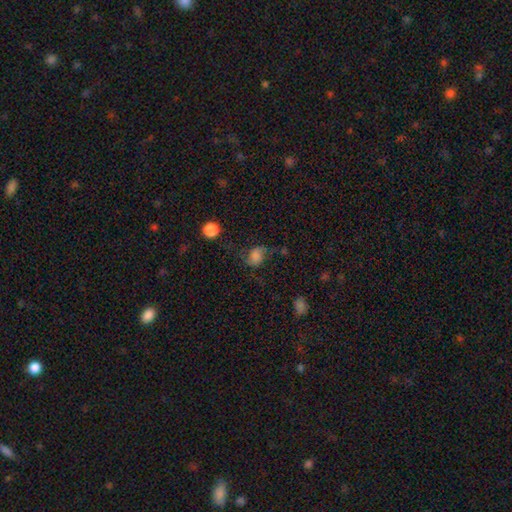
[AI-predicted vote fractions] smooth-or-featured: smooth: 67% | featured or disk: 20% | star or artifact: 14%
  how-rounded: in between: 54% | round: 45% | cigar-shaped: 1%
  merging: none: 53% | minor disturbance: 27% | major disturbance: 18% | merger: 3%